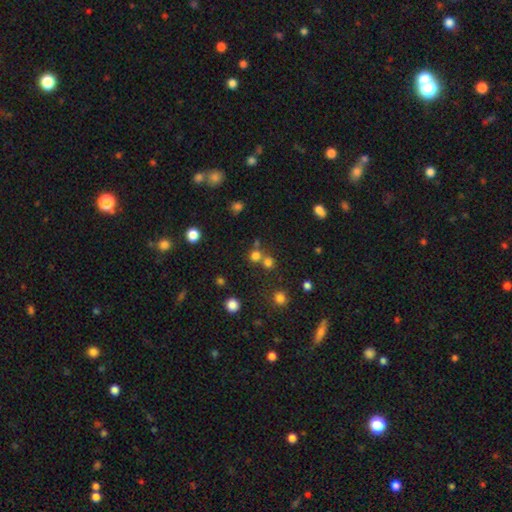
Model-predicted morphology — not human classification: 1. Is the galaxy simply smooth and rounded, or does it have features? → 72% smooth, 21% star or artifact, 7% featured or disk.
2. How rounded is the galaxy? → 88% round, 11% in between, 1% cigar-shaped.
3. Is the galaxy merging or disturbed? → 58% none, 32% merger, 7% minor disturbance, 3% major disturbance.